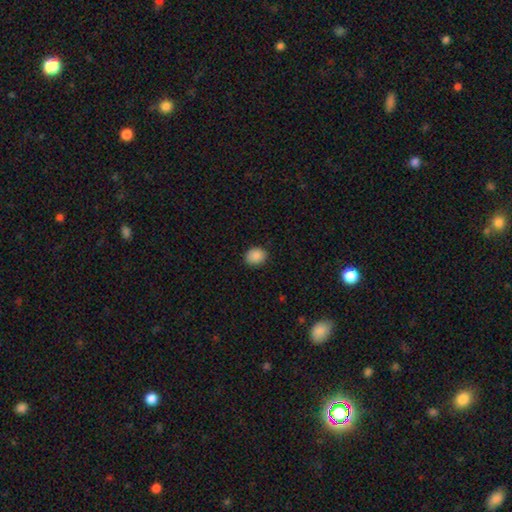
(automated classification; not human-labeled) This appears to be a smooth galaxy with no disk features (89%) that is round (53%). Merging: none (87%).